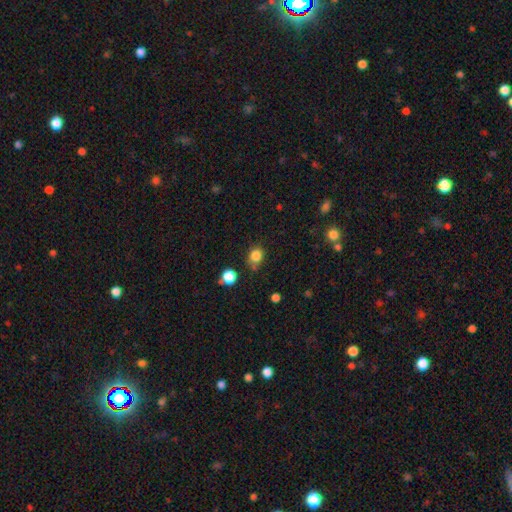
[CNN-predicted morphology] A smooth galaxy with no disk features (82%) that is round (65%). Merging: none (65%).